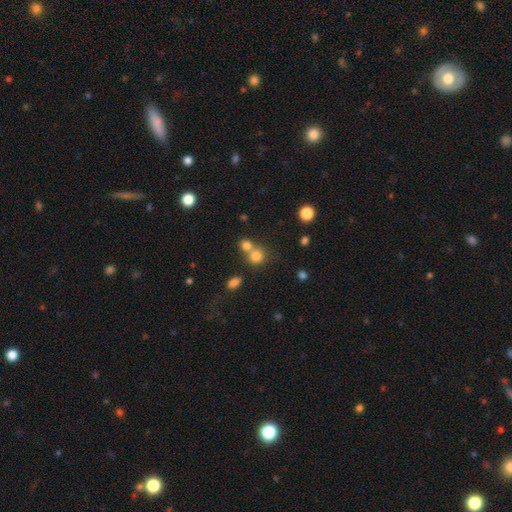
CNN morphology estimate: smooth_or_featured: smooth (p=0.76) [alt: star or artifact p=0.15]
how_rounded: round (p=0.84) [alt: in between p=0.15]
merging: merger (p=0.46) [alt: none p=0.44]